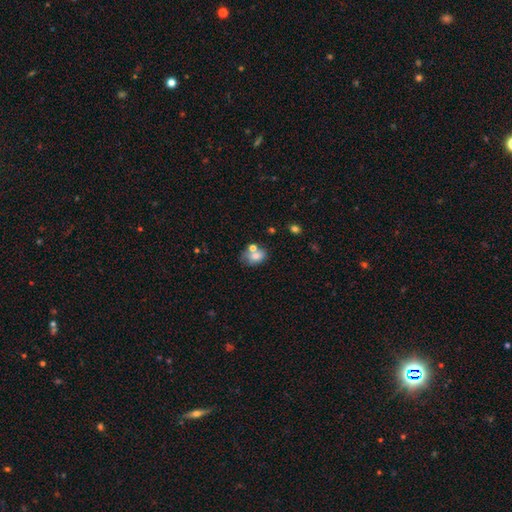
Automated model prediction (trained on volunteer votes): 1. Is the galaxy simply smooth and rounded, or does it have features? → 70% smooth, 20% featured or disk, 11% star or artifact.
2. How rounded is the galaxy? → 72% in between, 27% round, 1% cigar-shaped.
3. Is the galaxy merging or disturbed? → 48% none, 27% merger, 18% minor disturbance, 7% major disturbance.